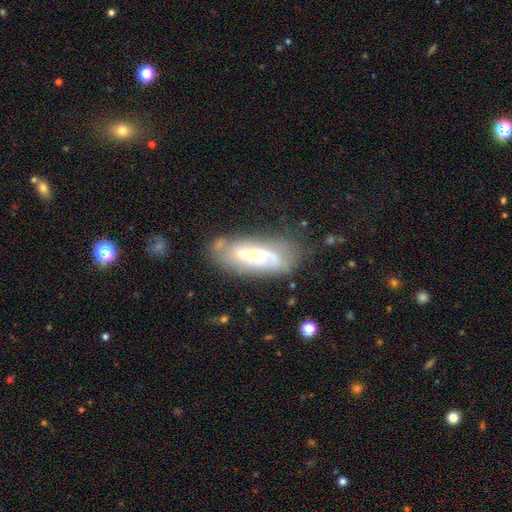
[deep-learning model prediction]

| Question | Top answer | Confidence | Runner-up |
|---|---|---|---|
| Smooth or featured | featured or disk | 59% | smooth (34%) |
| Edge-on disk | no | 85% | yes (15%) |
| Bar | no | 60% | weak (29%) |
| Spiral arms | yes | 78% | no (22%) |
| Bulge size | small | 61% | moderate (24%) |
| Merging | none | 62% | minor disturbance (23%) |